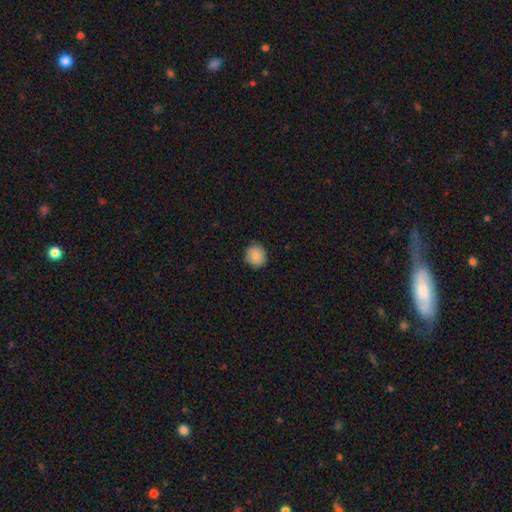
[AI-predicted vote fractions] Smooth or featured: smooth — 88% (star or artifact — 8%)
How rounded: round — 86% (in between — 13%)
Merging: none — 89% (minor disturbance — 8%)